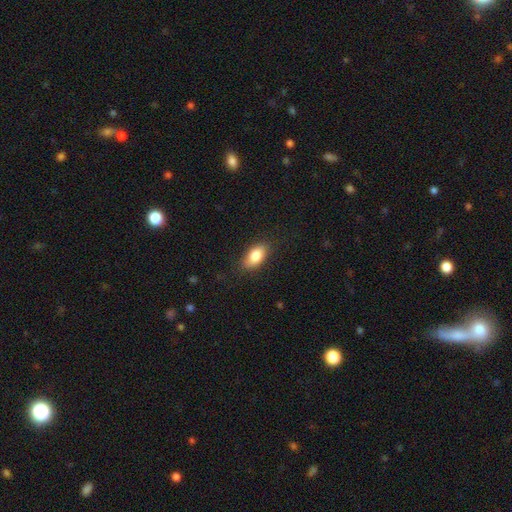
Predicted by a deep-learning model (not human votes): A smooth galaxy with no disk features (83%) that is in between round and cigar-shaped (89%).

Vote fractions:
- Smooth or featured? smooth: 83% / featured or disk: 10% / star or artifact: 7%
- How rounded? in between: 89% / round: 6% / cigar-shaped: 4%
- Merging? none: 83% / minor disturbance: 13% / major disturbance: 3% / merger: 1%